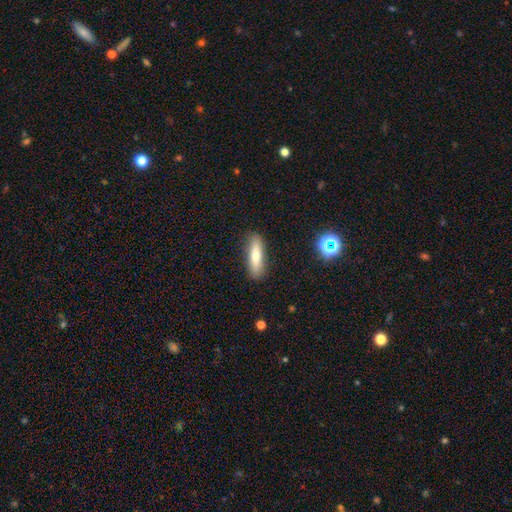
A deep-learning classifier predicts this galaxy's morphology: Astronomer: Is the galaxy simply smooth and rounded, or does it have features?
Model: smooth — 68%.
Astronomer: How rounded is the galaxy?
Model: cigar-shaped — 66%.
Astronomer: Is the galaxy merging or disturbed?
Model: none — 87%.